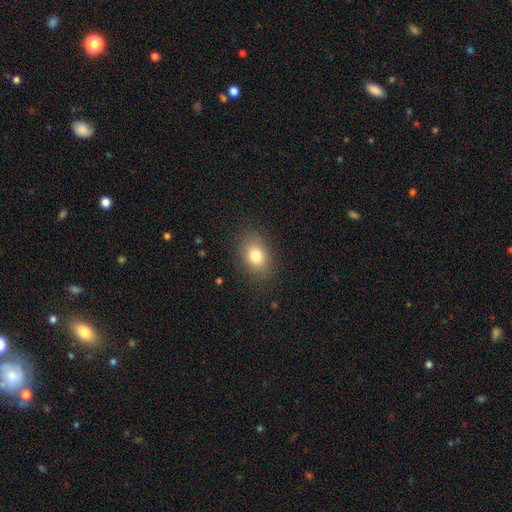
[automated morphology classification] This is likely a smooth galaxy (80%). How rounded: likely in between (75%). Merging: clearly none (84%).